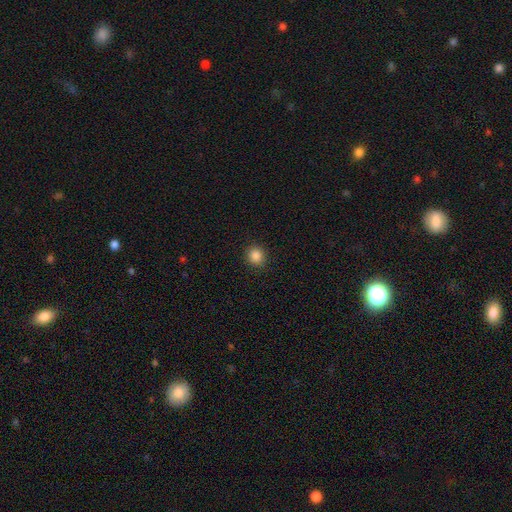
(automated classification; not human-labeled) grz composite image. It shows a smooth galaxy with no disk features (86%) that is round (85%). Merging: none (91%).